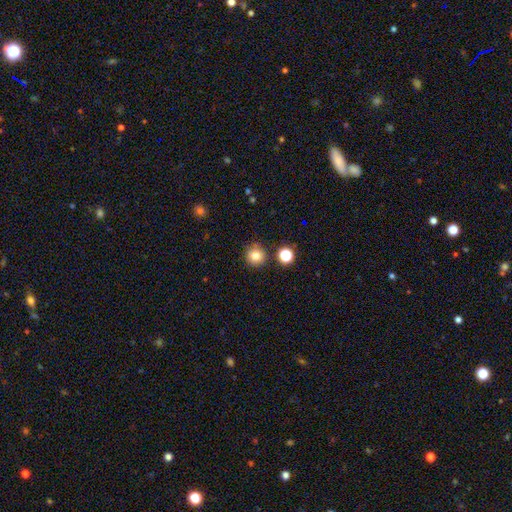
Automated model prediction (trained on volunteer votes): This appears to be a smooth galaxy with no disk features (80%) that is round (93%). Merging: none (84%).